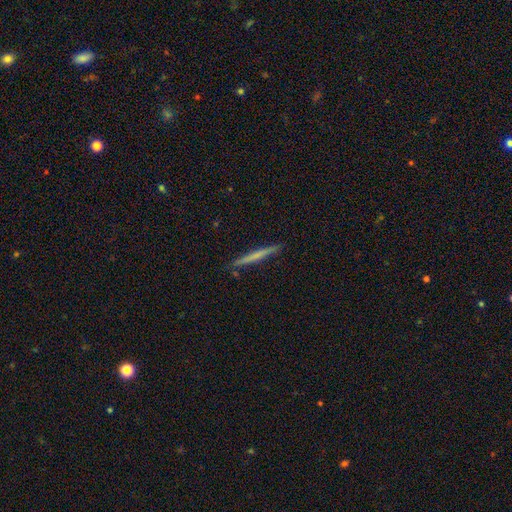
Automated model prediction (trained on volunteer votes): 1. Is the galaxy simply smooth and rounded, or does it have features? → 55% smooth, 39% featured or disk, 6% star or artifact.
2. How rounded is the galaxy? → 97% cigar-shaped, 2% in between, 1% round.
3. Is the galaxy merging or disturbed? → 91% none, 7% minor disturbance, 1% merger, 1% major disturbance.